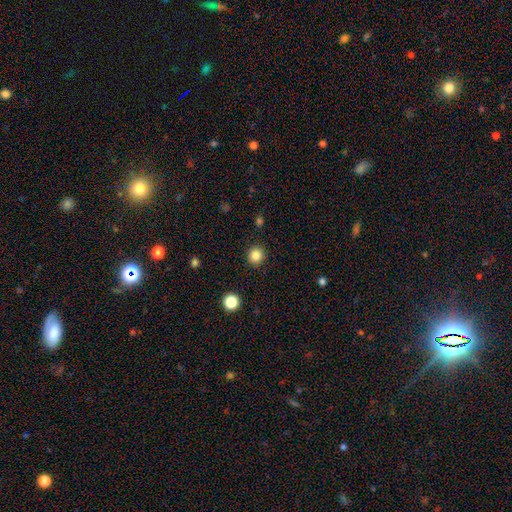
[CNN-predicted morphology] Q: Smooth or featured?
A: smooth (84%); runner-up: star or artifact (12%)
Q: How rounded?
A: round (93%); runner-up: in between (6%)
Q: Merging?
A: none (92%); runner-up: minor disturbance (5%)